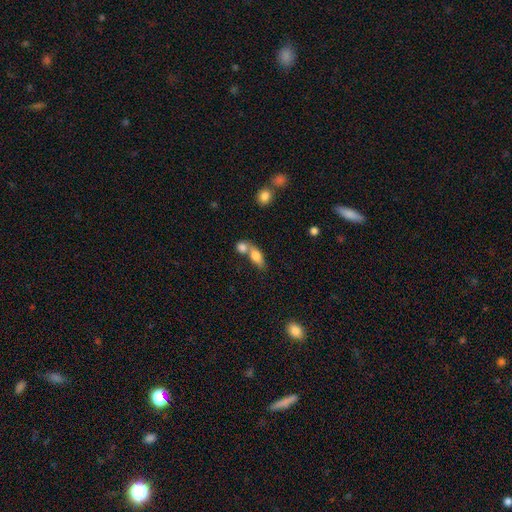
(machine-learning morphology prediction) Smooth or featured? Predicted: smooth (p=0.76). How rounded? Predicted: in between (p=0.73). Merging? Predicted: merger (p=0.60).